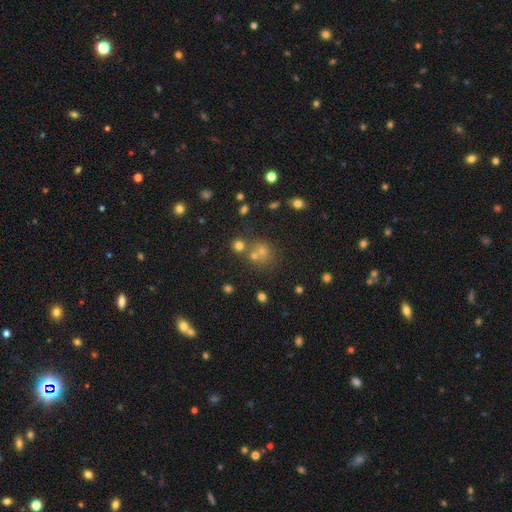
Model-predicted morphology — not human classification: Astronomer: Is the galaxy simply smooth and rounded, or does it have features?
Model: smooth — 55% (runner-up: star or artifact, 34%).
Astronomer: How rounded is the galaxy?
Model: round — 87%.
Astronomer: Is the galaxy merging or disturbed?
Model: none — 62%.